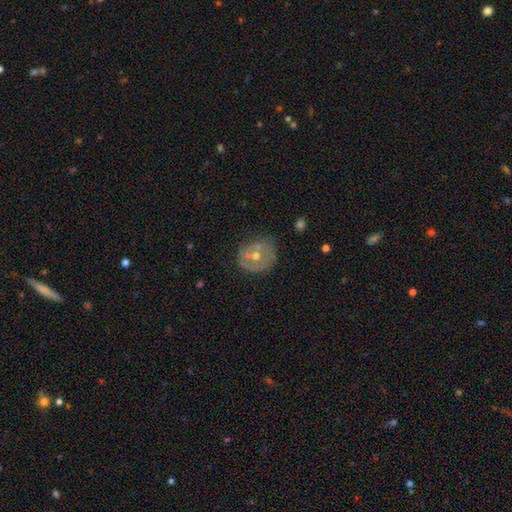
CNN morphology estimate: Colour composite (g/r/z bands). It shows a featured or disk galaxy (60%) with no bar (79%), no spiral arms (59%) and a moderate central bulge (59%). Merging: none (60%).